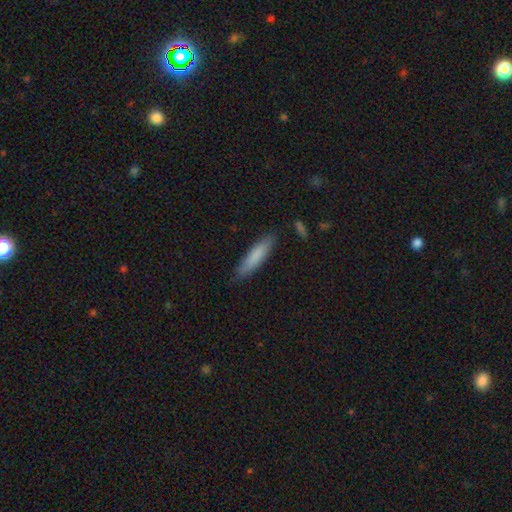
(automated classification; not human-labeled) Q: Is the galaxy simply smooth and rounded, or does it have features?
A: smooth — 82%.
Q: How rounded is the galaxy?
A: cigar-shaped — 80%.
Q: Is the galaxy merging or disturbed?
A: none — 85%.